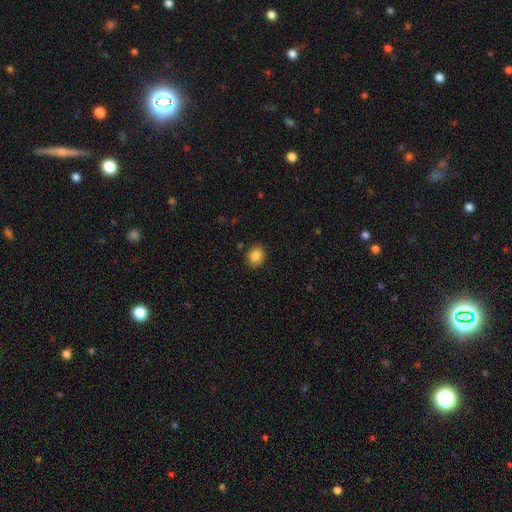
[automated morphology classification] Q: Smooth or featured?
A: smooth (86%); runner-up: star or artifact (9%)
Q: How rounded?
A: round (53%); runner-up: in between (46%)
Q: Merging?
A: none (88%); runner-up: minor disturbance (9%)